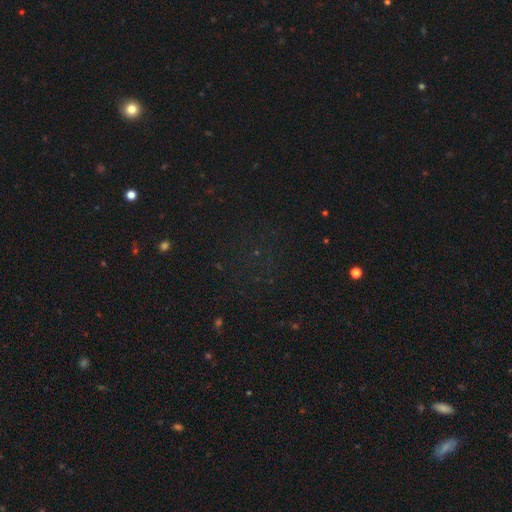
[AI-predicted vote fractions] smooth_or_featured: star or artifact (p=0.66) [alt: smooth p=0.23]